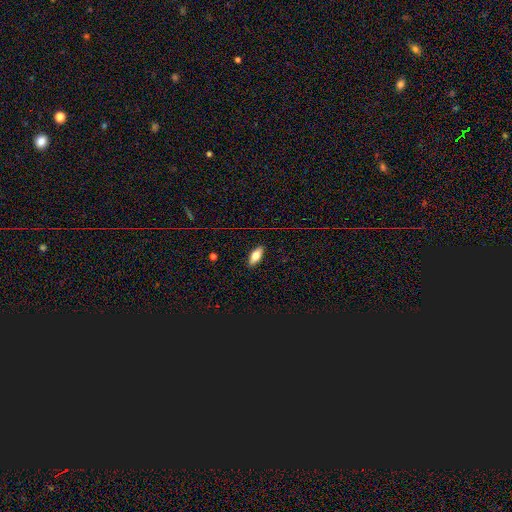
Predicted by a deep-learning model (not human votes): smooth 71%, featured or disk 22%, star or artifact 7%. Down the decision tree: how rounded — in between (79%); merging — none (89%).